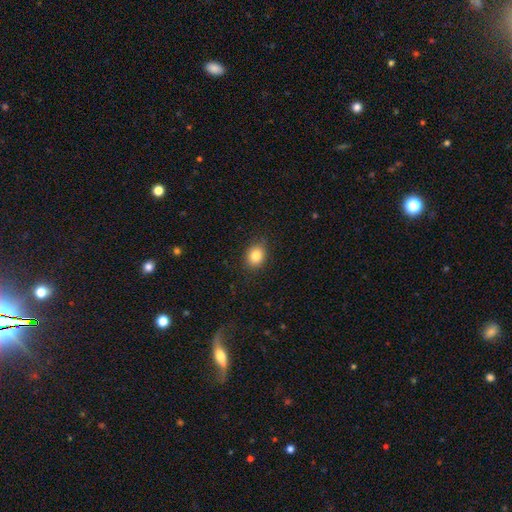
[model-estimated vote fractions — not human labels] Morphology: type=smooth (83%); roundness=round (52%); merging=none (84%).